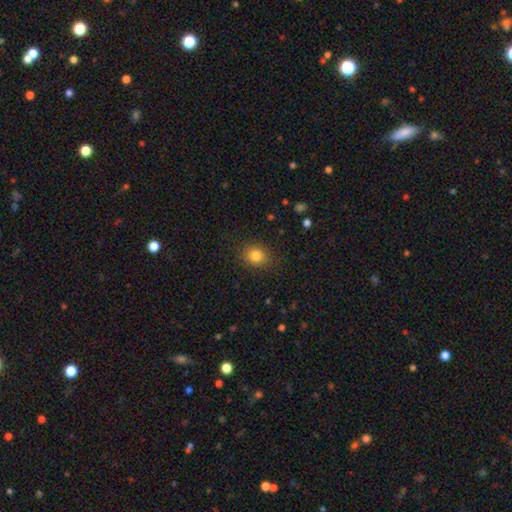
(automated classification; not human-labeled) The model was most divided on "how rounded": round: 66%, in between: 33%, cigar-shaped: 1%. More confident: merging — none (86%); smooth or featured — smooth (83%).